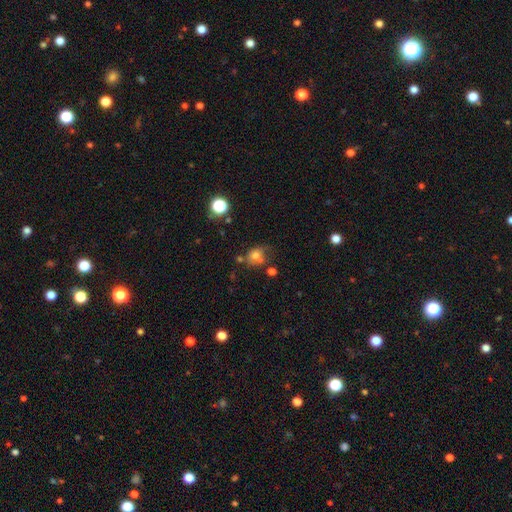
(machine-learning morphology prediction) A smooth galaxy with no disk features (71%) that is round (67%).

Vote fractions:
- Smooth or featured? smooth: 71% / star or artifact: 15% / featured or disk: 15%
- How rounded? round: 67% / in between: 32% / cigar-shaped: 1%
- Merging? none: 48% / minor disturbance: 27% / major disturbance: 14% / merger: 11%